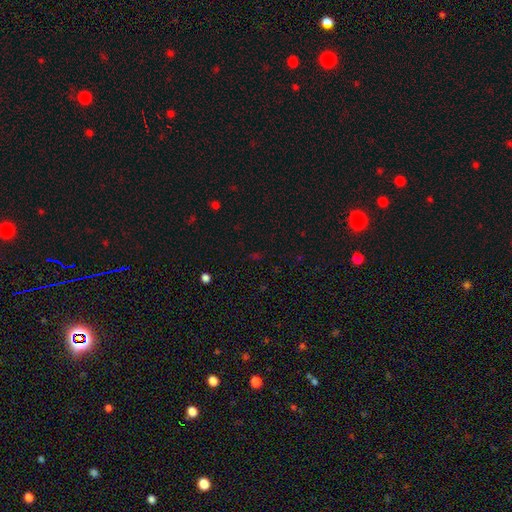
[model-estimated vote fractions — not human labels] smooth-or-featured: star or artifact: 64% | smooth: 28% | featured or disk: 8%